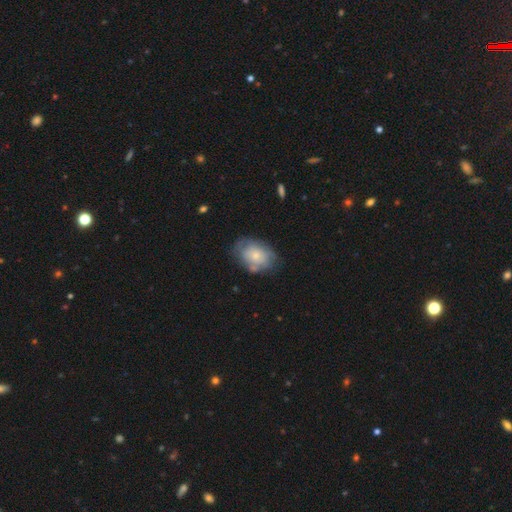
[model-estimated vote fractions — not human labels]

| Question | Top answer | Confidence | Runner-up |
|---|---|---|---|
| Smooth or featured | smooth | 59% | featured or disk (34%) |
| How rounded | in between | 75% | round (24%) |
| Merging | none | 57% | minor disturbance (28%) |